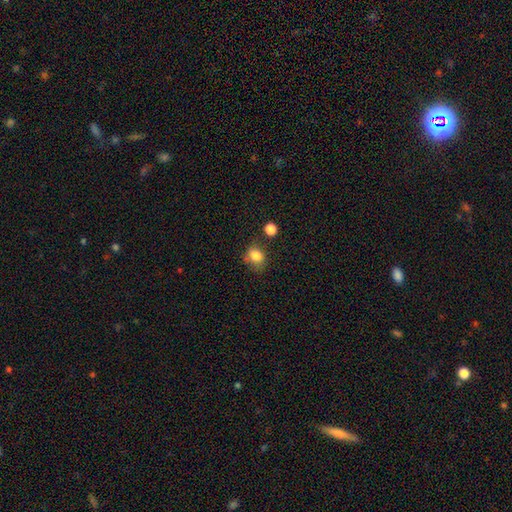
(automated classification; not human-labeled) Smooth or featured: smooth — 82% (star or artifact — 11%)
How rounded: round — 53% (in between — 46%)
Merging: none — 60% (minor disturbance — 22%)